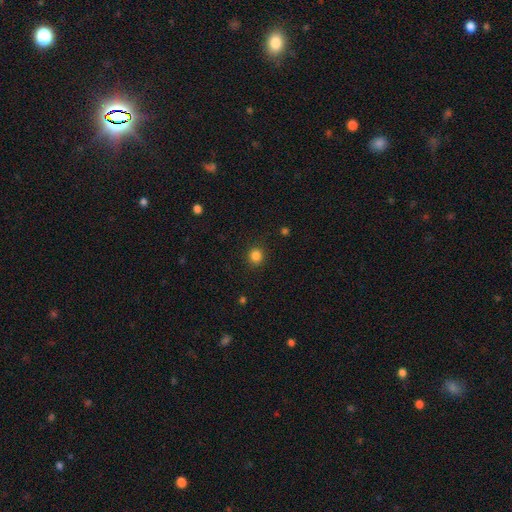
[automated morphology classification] A smooth galaxy with no disk features (84%) that is round (88%). Merging: none (90%).